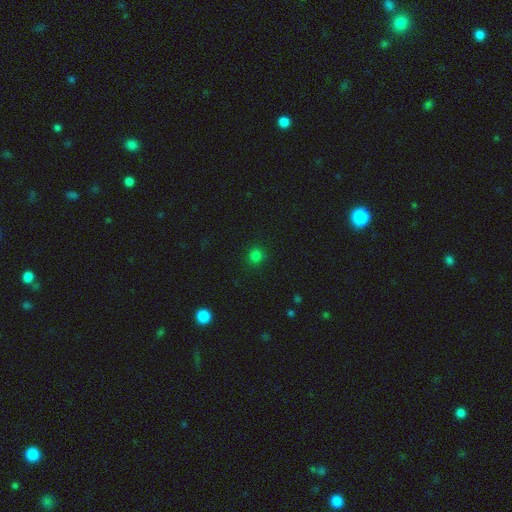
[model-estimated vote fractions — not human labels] Smooth or featured: smooth — 80% (star or artifact — 16%)
How rounded: round — 91% (in between — 8%)
Merging: none — 90% (minor disturbance — 6%)